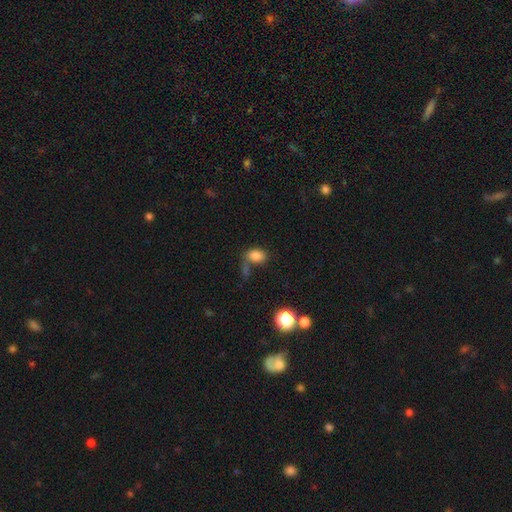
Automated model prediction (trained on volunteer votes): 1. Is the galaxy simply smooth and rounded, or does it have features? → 82% smooth, 12% star or artifact, 7% featured or disk.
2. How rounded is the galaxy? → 79% in between, 19% round, 1% cigar-shaped.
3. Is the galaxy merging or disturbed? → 50% none, 24% merger, 16% minor disturbance, 10% major disturbance.